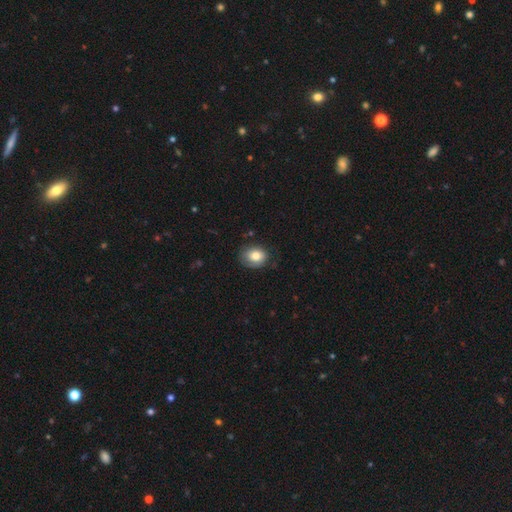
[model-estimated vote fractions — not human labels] This appears to be a smooth galaxy with no disk features (74%) that is round (56%). Merging: none (72%).